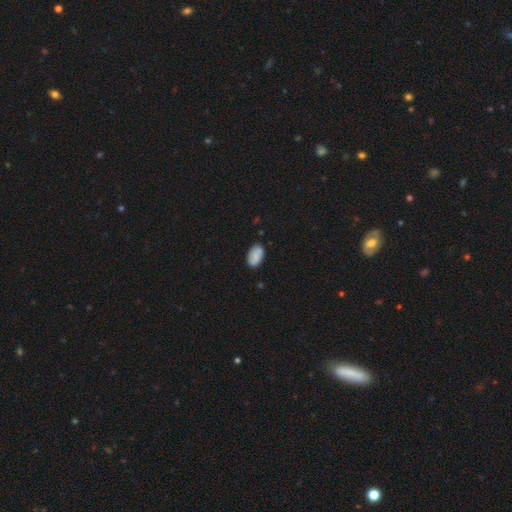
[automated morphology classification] A smooth galaxy with no disk features (75%) that is in between round and cigar-shaped (92%). Merging: none (78%).